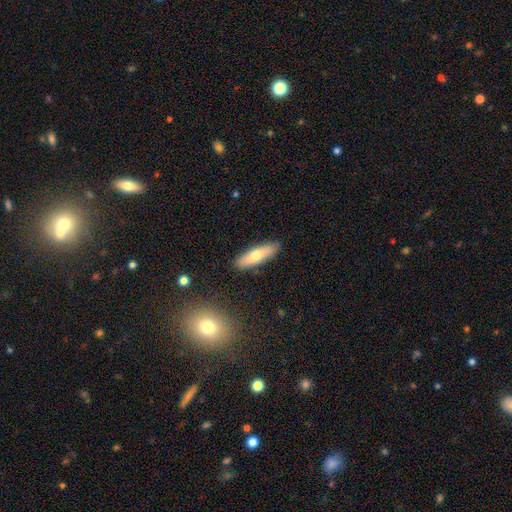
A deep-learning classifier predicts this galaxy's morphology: A smooth galaxy with no disk features (68%) that is cigar-shaped (56%).

Vote fractions:
- Smooth or featured? smooth: 68% / featured or disk: 26% / star or artifact: 6%
- How rounded? cigar-shaped: 56% / in between: 42% / round: 2%
- Merging? none: 88% / minor disturbance: 9% / major disturbance: 2% / merger: 1%